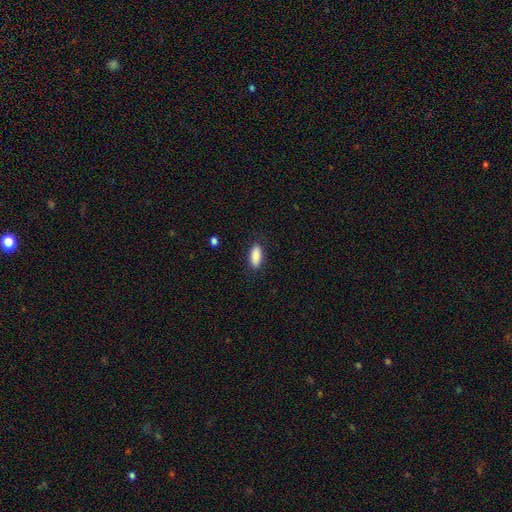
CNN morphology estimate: Smooth or featured? smooth (88%)
How rounded? in between (85%)
Merging? none (86%)